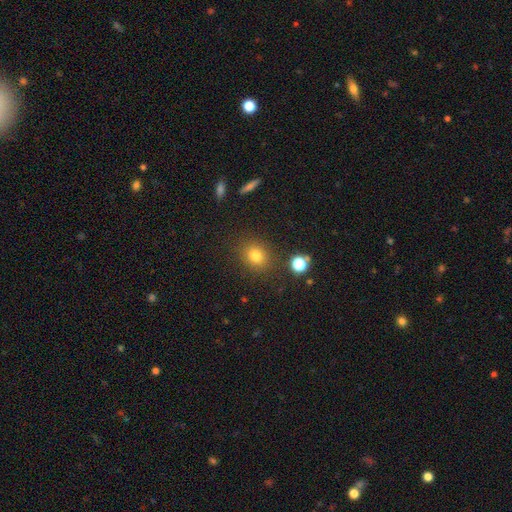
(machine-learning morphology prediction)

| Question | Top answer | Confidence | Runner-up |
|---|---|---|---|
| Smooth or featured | smooth | 78% | star or artifact (15%) |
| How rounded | round | 69% | in between (30%) |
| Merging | none | 86% | minor disturbance (8%) |